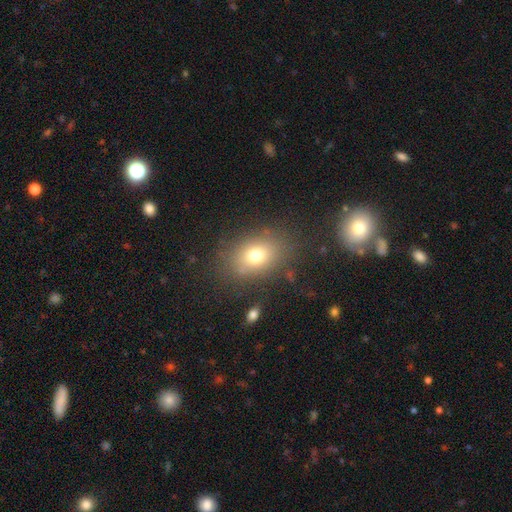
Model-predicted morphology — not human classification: smooth-or-featured: smooth: 73% | featured or disk: 13% | star or artifact: 13%
  how-rounded: in between: 69% | round: 30% | cigar-shaped: 1%
  merging: none: 79% | minor disturbance: 12% | major disturbance: 6% | merger: 3%